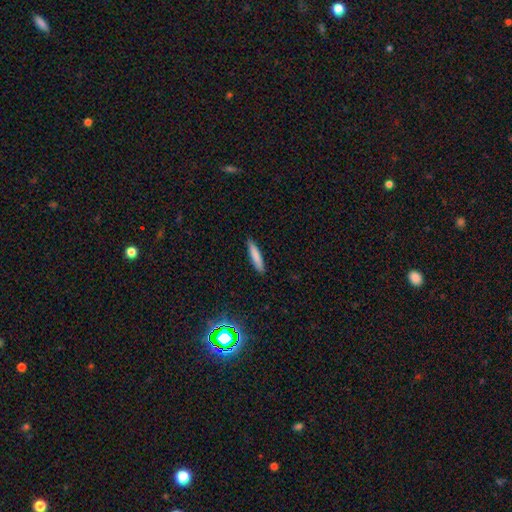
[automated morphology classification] Overall: smooth (82%). How rounded: cigar-shaped (86%). Merging: none (89%).